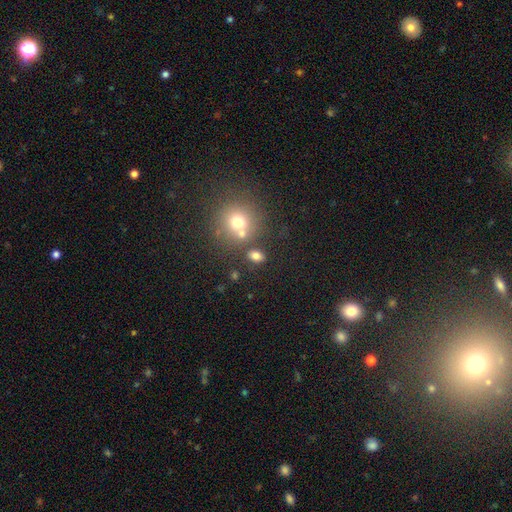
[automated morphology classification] smooth_or_featured: smooth (p=0.76) [alt: star or artifact p=0.15]
how_rounded: in between (p=0.67) [alt: round p=0.32]
merging: none (p=0.71) [alt: merger p=0.15]